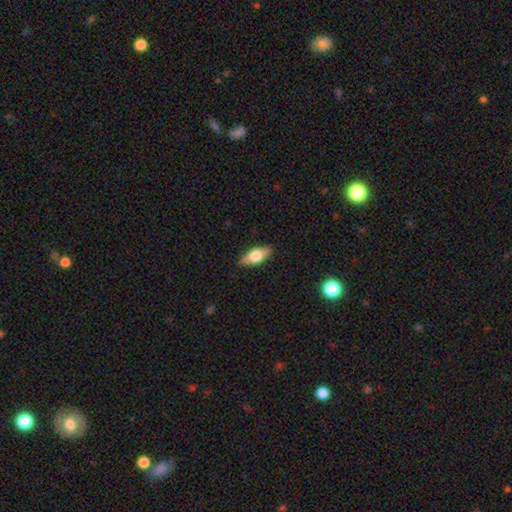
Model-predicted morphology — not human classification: smooth_or_featured: smooth (p=0.65) [alt: featured or disk p=0.29]
how_rounded: in between (p=0.80) [alt: cigar-shaped p=0.16]
merging: none (p=0.88) [alt: minor disturbance p=0.09]